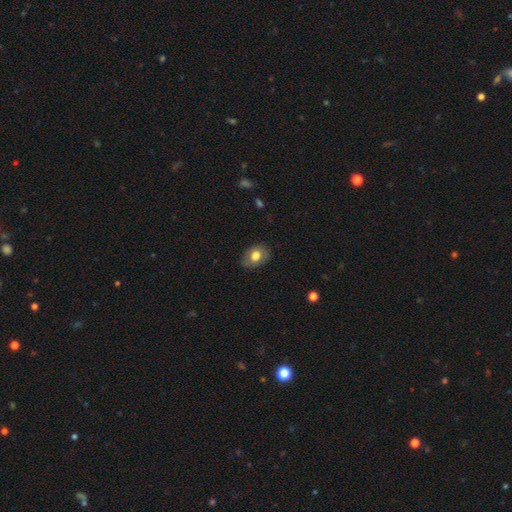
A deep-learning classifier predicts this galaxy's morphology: smooth-or-featured: smooth: 71% | featured or disk: 21% | star or artifact: 8%
  how-rounded: in between: 73% | round: 26% | cigar-shaped: 1%
  merging: none: 80% | minor disturbance: 16% | major disturbance: 4% | merger: 1%